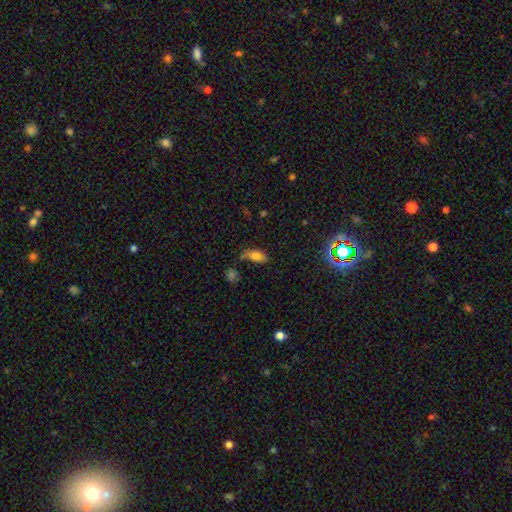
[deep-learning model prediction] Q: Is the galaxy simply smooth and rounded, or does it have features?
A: smooth — 78%.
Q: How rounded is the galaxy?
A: in between — 88%.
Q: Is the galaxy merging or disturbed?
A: none — 51%.